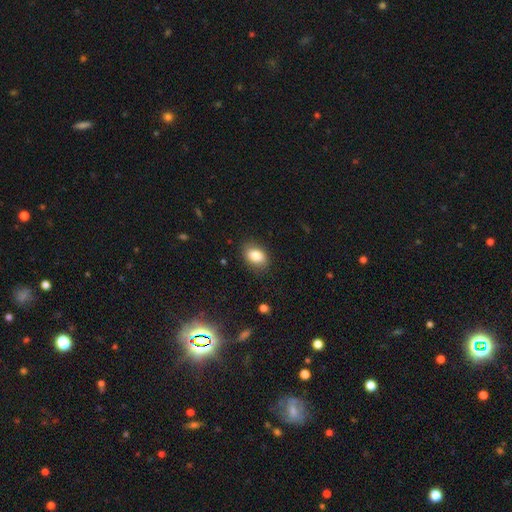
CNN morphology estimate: This is clearly a smooth galaxy (83%). How rounded: likely in between (79%). Merging: clearly none (82%).